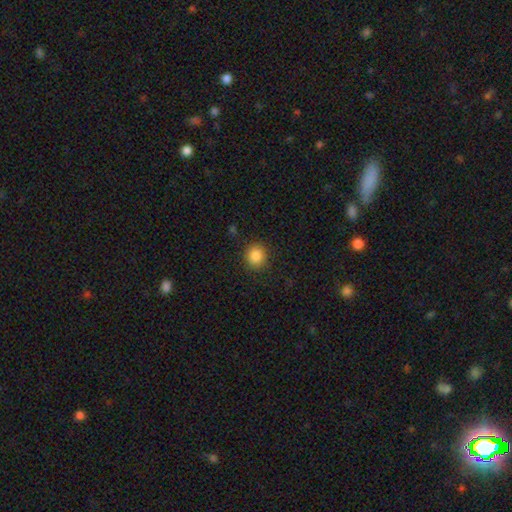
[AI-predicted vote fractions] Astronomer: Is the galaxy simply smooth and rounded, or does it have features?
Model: smooth — 86%.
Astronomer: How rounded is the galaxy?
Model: round — 85%.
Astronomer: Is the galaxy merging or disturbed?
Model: none — 88%.